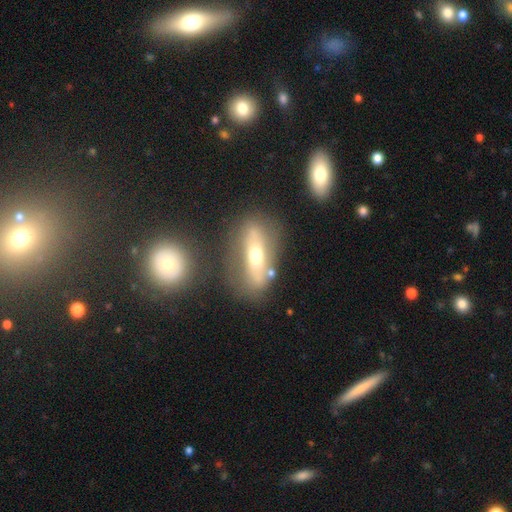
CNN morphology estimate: A featured or disk galaxy (52%).

Vote fractions:
- Smooth or featured? featured or disk: 52% / smooth: 41% / star or artifact: 8%
- Edge-on disk? no: 57% / yes: 43%
- Merging? none: 67% / minor disturbance: 16% / merger: 9% / major disturbance: 8%